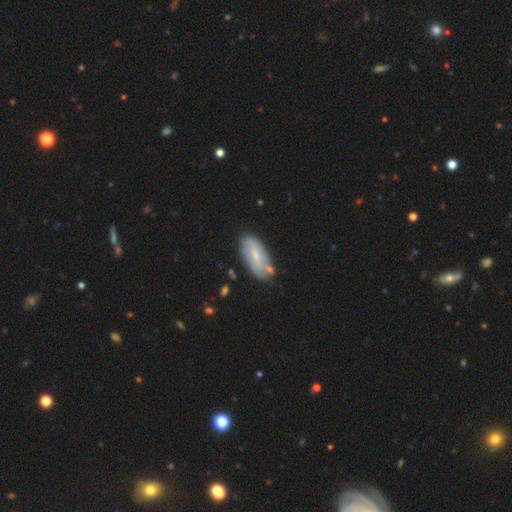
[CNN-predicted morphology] smooth_or_featured: smooth (p=0.55) [alt: featured or disk p=0.38]
how_rounded: in between (p=0.85) [alt: cigar-shaped p=0.13]
merging: none (p=0.70) [alt: minor disturbance p=0.20]